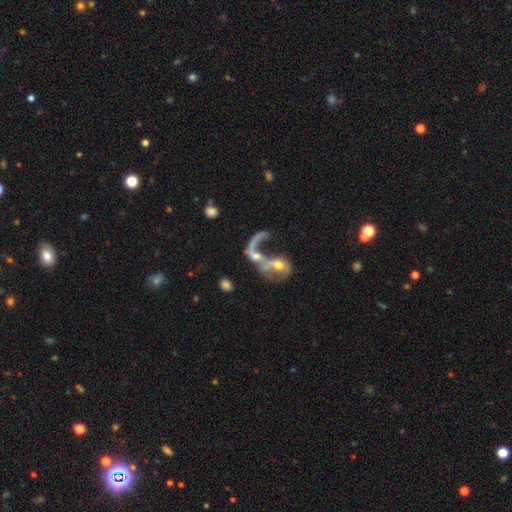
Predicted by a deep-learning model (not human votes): This is likely a featured or disk galaxy (63%). It is clearly not viewed edge-on (94%). Bar: likely no (68%). Spiral arm pattern: possibly yes (53%). Central bulge: marginally moderate (40%). Merging: likely merger (63%).